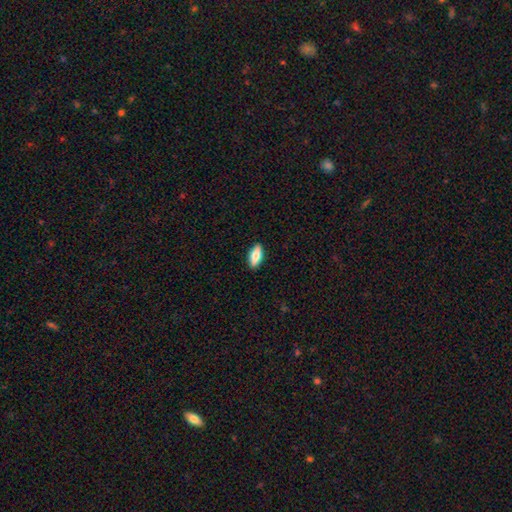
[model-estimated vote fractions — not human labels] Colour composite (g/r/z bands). It shows a smooth galaxy with no disk features (74%) that is in between round and cigar-shaped (74%). Merging: none (89%).